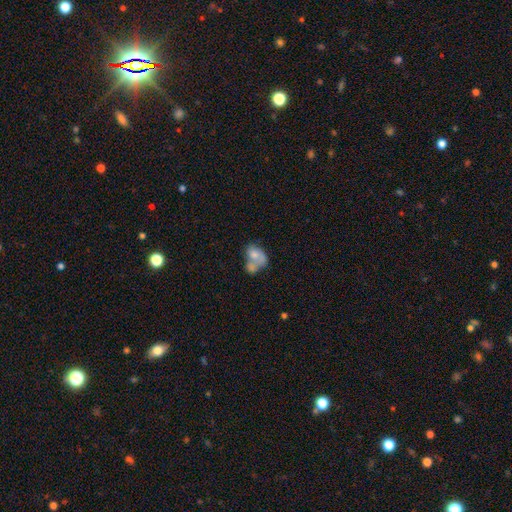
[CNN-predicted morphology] smooth-or-featured: smooth: 58% | featured or disk: 34% | star or artifact: 8%
  how-rounded: in between: 68% | round: 30% | cigar-shaped: 1%
  merging: merger: 66% | none: 14% | major disturbance: 11% | minor disturbance: 9%